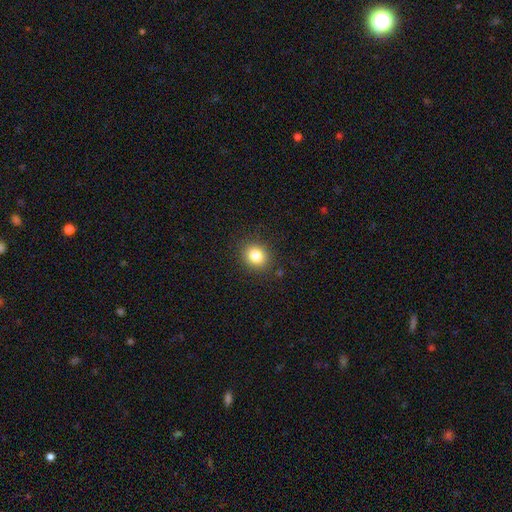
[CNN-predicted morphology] smooth 83%, star or artifact 11%, featured or disk 6%. Down the decision tree: how rounded — round (73%); merging — none (88%).